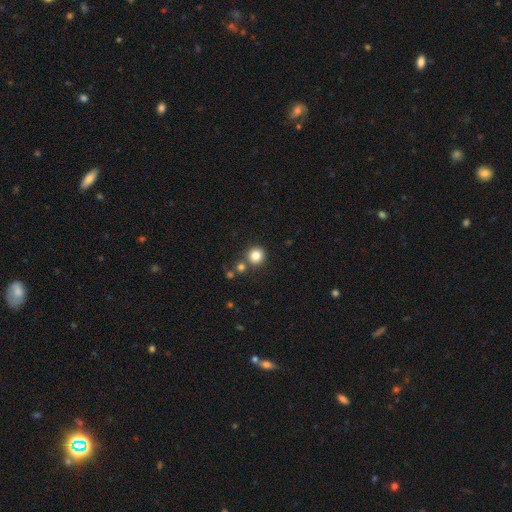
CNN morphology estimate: Smooth or featured? Predicted: smooth (p=0.83). How rounded? Predicted: round (p=0.92). Merging? Predicted: none (p=0.79).